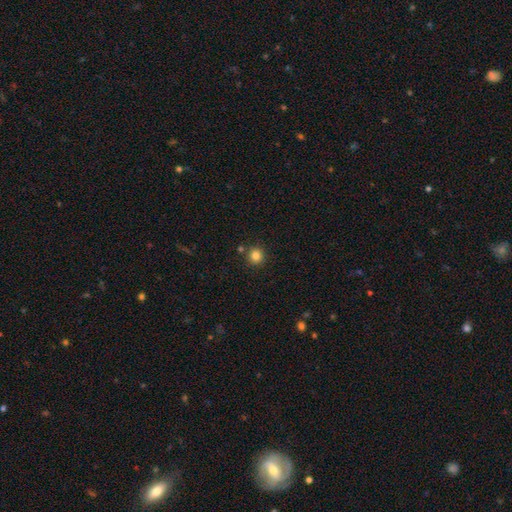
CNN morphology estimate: This is clearly a smooth galaxy (83%). How rounded: clearly round (94%). Merging: clearly none (86%).